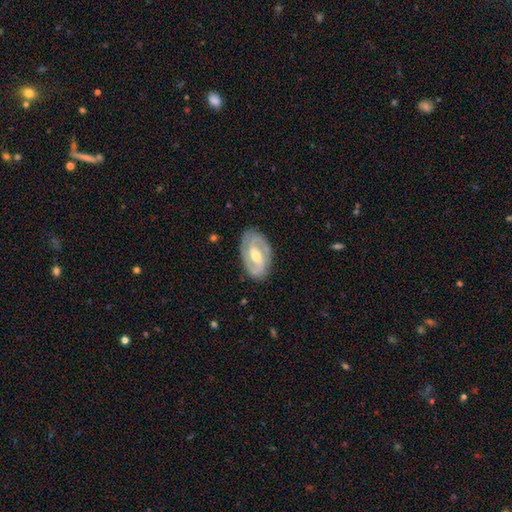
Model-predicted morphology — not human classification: This appears to be a featured or disk galaxy (85%) with a weak bar (44%), 2 (88%) medium (45%) spiral arms (92%) and a moderate central bulge (66%). Merging: none (83%).